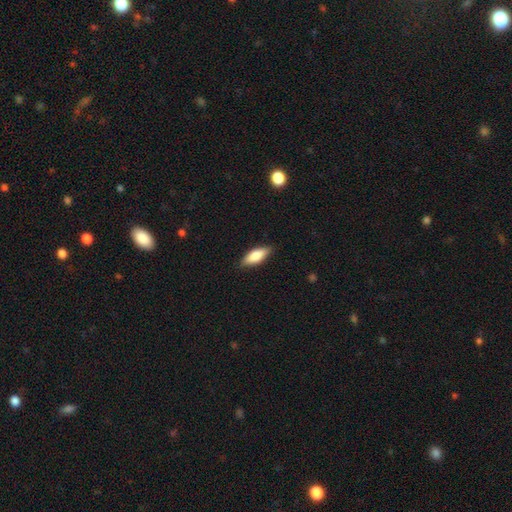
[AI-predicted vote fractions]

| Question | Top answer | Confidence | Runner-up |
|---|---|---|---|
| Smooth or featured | smooth | 78% | featured or disk (16%) |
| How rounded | in between | 72% | cigar-shaped (26%) |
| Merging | none | 86% | minor disturbance (11%) |